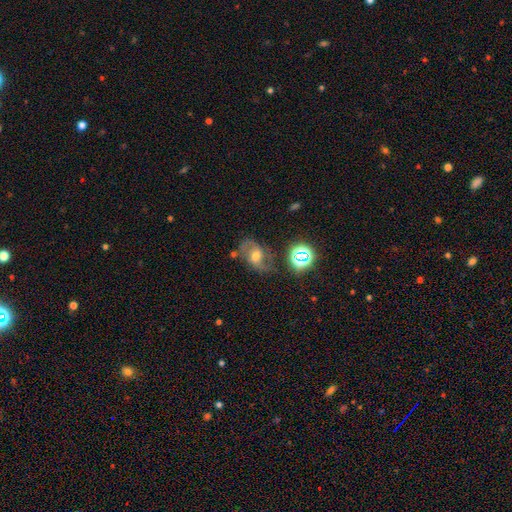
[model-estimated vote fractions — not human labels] A featured or disk galaxy (62%) with no bar (46%), 2 (84%) medium (47%) spiral arms (86%) and a moderate central bulge (67%). Merging: none (63%).